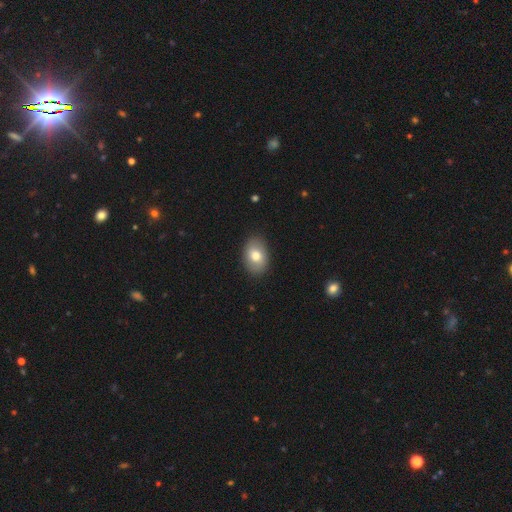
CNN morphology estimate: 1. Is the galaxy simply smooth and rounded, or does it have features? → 78% smooth, 15% featured or disk, 7% star or artifact.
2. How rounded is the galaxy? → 84% in between, 15% round, 1% cigar-shaped.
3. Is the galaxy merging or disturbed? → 88% none, 9% minor disturbance, 2% major disturbance, 1% merger.